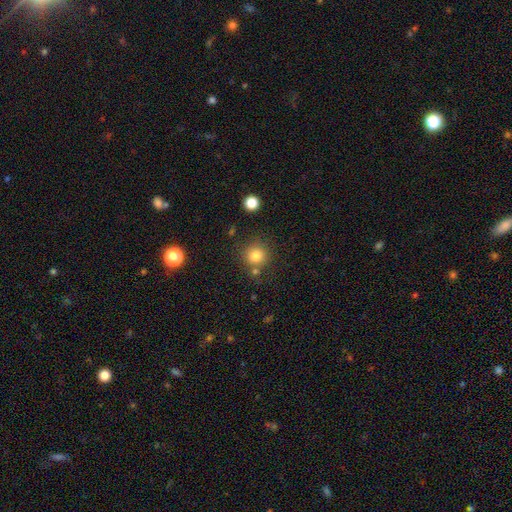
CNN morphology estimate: A smooth galaxy with no disk features (81%) that is round (92%). Merging: none (76%).